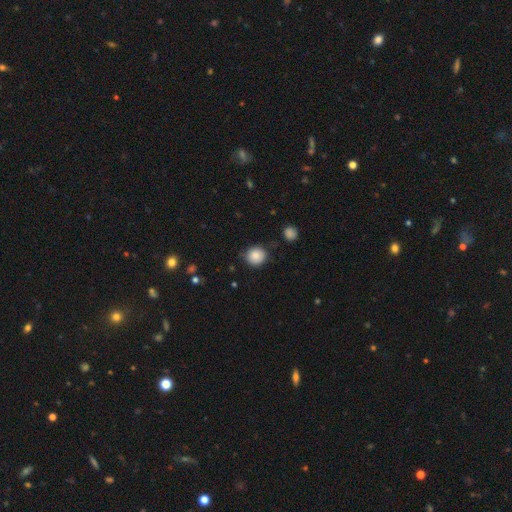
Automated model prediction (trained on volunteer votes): This is clearly a smooth galaxy (86%). How rounded: clearly round (88%). Merging: likely none (80%).